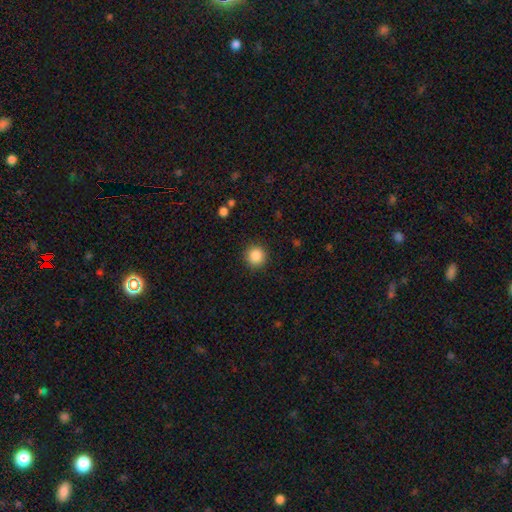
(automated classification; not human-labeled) This is clearly a smooth galaxy (87%). How rounded: clearly round (94%). Merging: clearly none (90%).